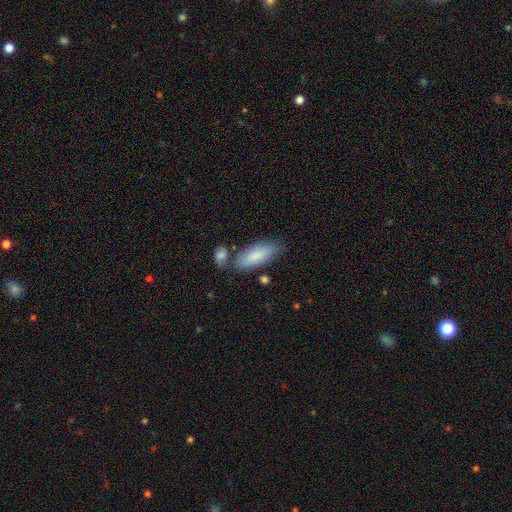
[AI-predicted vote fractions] Smooth or featured?
  - smooth: 82% *
  - featured or disk: 12%
  - star or artifact: 6%
How rounded?
  - in between: 72% *
  - cigar-shaped: 26%
  - round: 2%
Merging?
  - none: 66% *
  - minor disturbance: 18%
  - merger: 12%
  - major disturbance: 4%